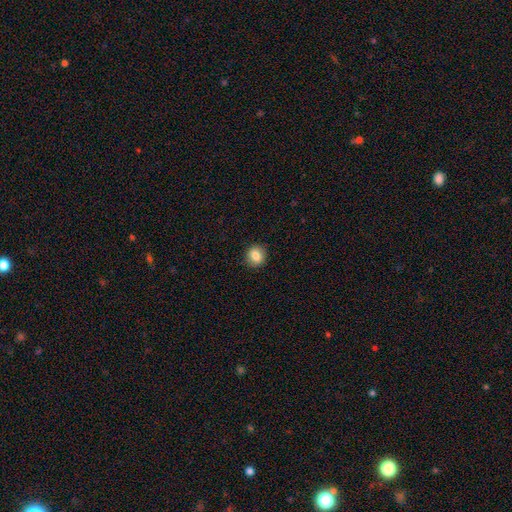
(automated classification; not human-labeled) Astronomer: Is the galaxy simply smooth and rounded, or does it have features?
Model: smooth — 84%.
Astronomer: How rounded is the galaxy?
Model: round — 81%.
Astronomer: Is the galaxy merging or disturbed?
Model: none — 90%.